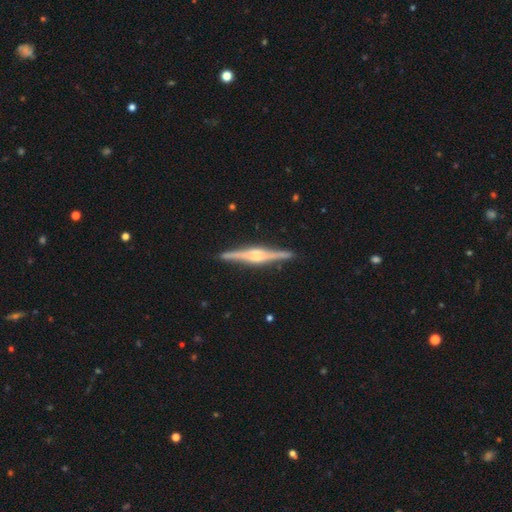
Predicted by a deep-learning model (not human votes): smooth-or-featured: featured or disk: 88% | smooth: 8% | star or artifact: 5%
  disk-edge-on: yes: 98% | no: 2%
    edge-on-bulge: rounded: 71% | boxy: 24% | none: 5%
  merging: none: 91% | minor disturbance: 6% | major disturbance: 1% | merger: 1%